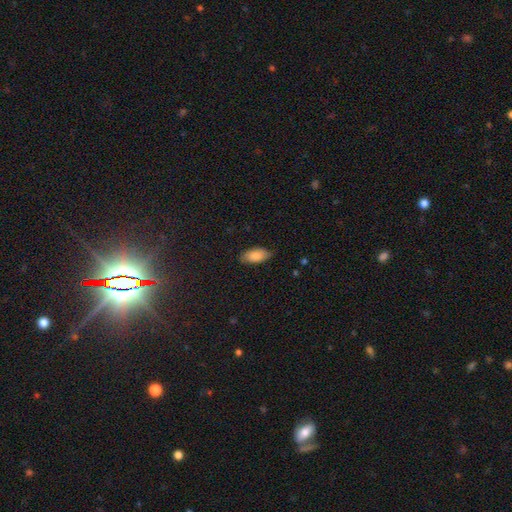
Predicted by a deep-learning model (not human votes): smooth 85%, featured or disk 8%, star or artifact 7%. Down the decision tree: how rounded — in between (91%); merging — none (80%).